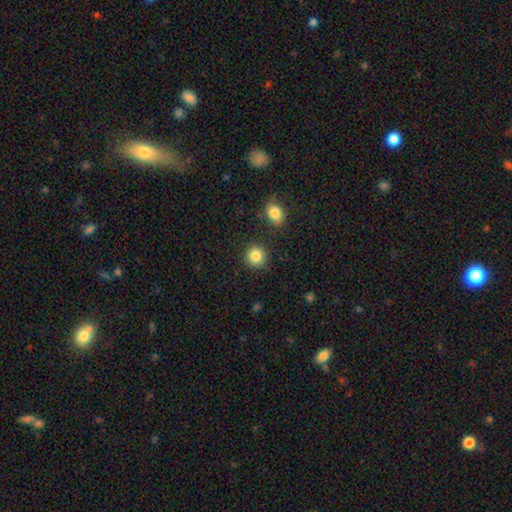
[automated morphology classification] Q: Smooth or featured?
A: smooth (86%); runner-up: star or artifact (9%)
Q: How rounded?
A: round (89%); runner-up: in between (10%)
Q: Merging?
A: none (83%); runner-up: minor disturbance (9%)